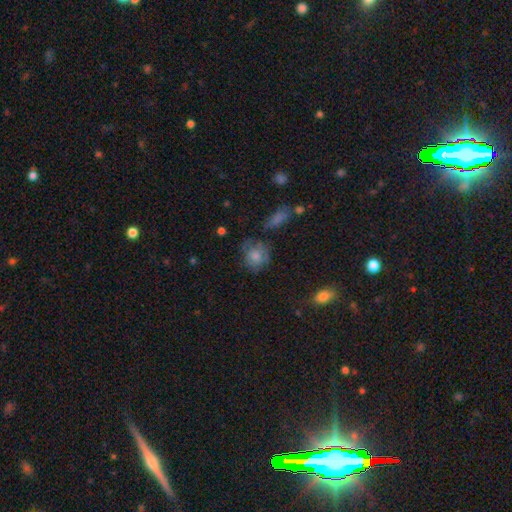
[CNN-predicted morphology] A smooth galaxy with no disk features (66%) that is round (76%).

Vote fractions:
- Smooth or featured? smooth: 66% / featured or disk: 24% / star or artifact: 10%
- How rounded? round: 76% / in between: 23% / cigar-shaped: 1%
- Merging? none: 57% / minor disturbance: 25% / major disturbance: 13% / merger: 5%